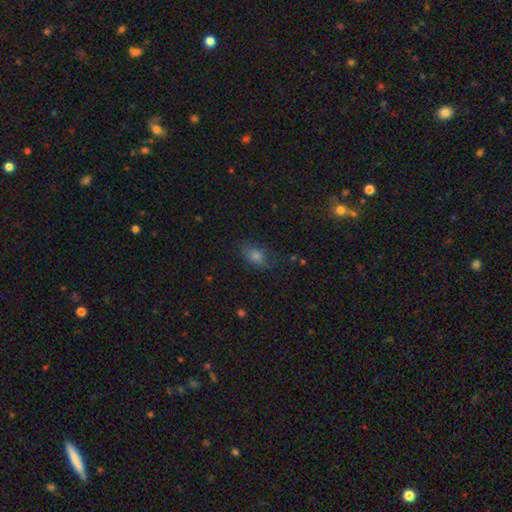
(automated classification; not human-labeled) smooth 62%, star or artifact 21%, featured or disk 17%. Down the decision tree: how rounded — in between (75%); merging — none (66%).